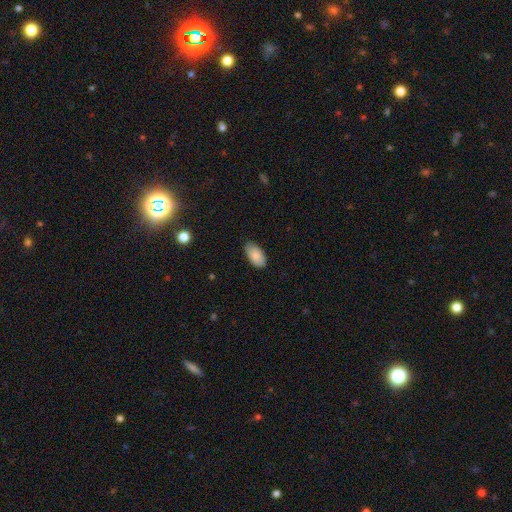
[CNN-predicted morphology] Q: Smooth or featured?
A: smooth (85%); runner-up: featured or disk (9%)
Q: How rounded?
A: in between (95%); runner-up: round (3%)
Q: Merging?
A: none (74%); runner-up: minor disturbance (22%)